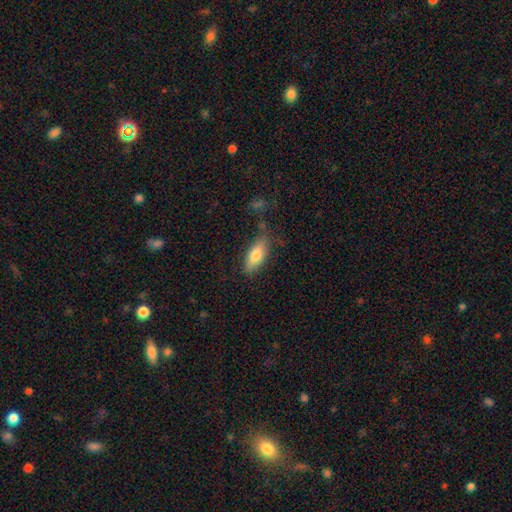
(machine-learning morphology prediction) Smooth or featured?
  - smooth: 73% *
  - featured or disk: 20%
  - star or artifact: 7%
How rounded?
  - in between: 68% *
  - cigar-shaped: 30%
  - round: 2%
Merging?
  - none: 73% *
  - minor disturbance: 19%
  - major disturbance: 5%
  - merger: 3%